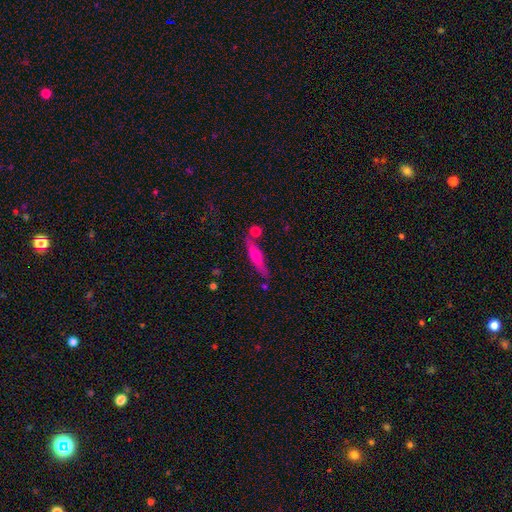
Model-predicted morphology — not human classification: This appears to be a smooth galaxy with no disk features (47%). Merging: none (75%).